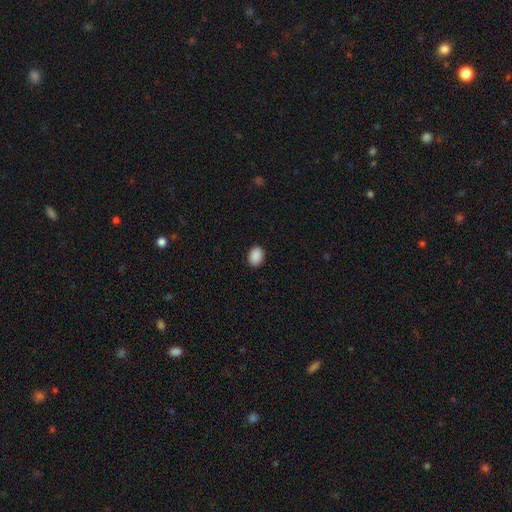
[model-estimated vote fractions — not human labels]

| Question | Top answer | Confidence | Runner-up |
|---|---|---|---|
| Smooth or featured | smooth | 90% | star or artifact (8%) |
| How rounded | in between | 69% | round (30%) |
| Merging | none | 90% | minor disturbance (7%) |